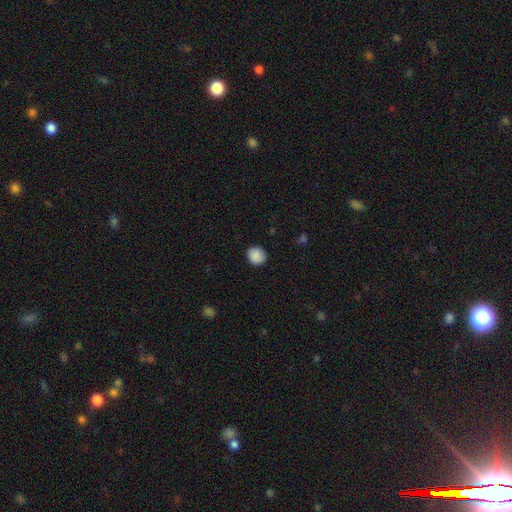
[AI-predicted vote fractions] Smooth or featured? Predicted: smooth (p=0.89). How rounded? Predicted: round (p=0.88). Merging? Predicted: none (p=0.88).